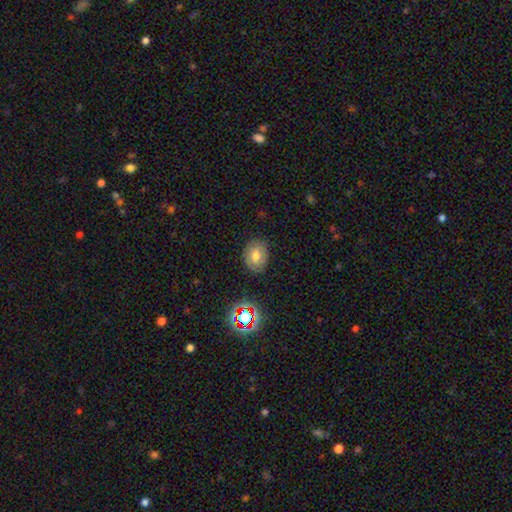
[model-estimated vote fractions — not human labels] A smooth galaxy with no disk features (66%) that is round (50%).

Vote fractions:
- Smooth or featured? smooth: 66% / featured or disk: 18% / star or artifact: 16%
- How rounded? round: 50% / in between: 49% / cigar-shaped: 1%
- Merging? none: 82% / minor disturbance: 14% / major disturbance: 3% / merger: 1%